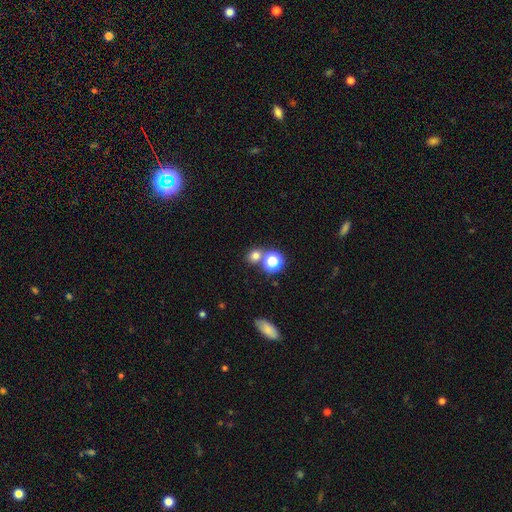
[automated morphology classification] Q: Smooth or featured?
A: smooth (72%); runner-up: star or artifact (21%)
Q: How rounded?
A: round (74%); runner-up: in between (25%)
Q: Merging?
A: none (66%); runner-up: merger (22%)